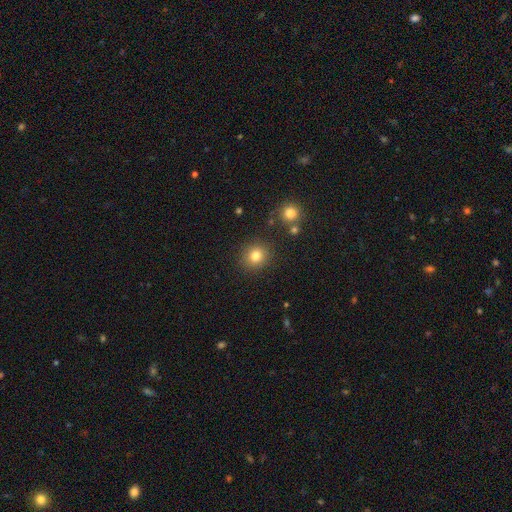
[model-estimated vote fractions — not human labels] smooth-or-featured: smooth: 81% | star or artifact: 13% | featured or disk: 7%
  how-rounded: round: 87% | in between: 12% | cigar-shaped: 1%
  merging: none: 87% | minor disturbance: 7% | merger: 3% | major disturbance: 3%